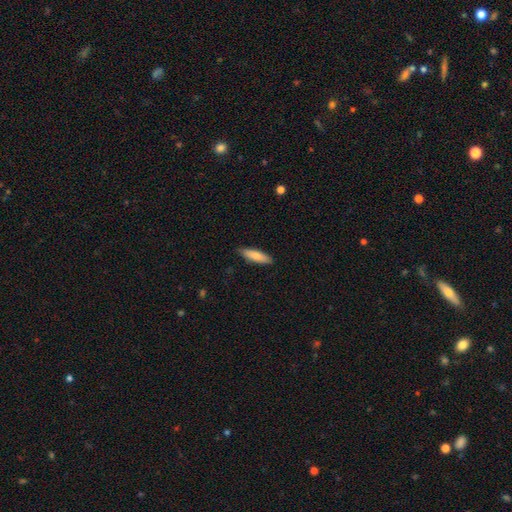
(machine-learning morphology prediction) Smooth or featured? Predicted: smooth (p=0.79). How rounded? Predicted: cigar-shaped (p=0.62). Merging? Predicted: none (p=0.85).